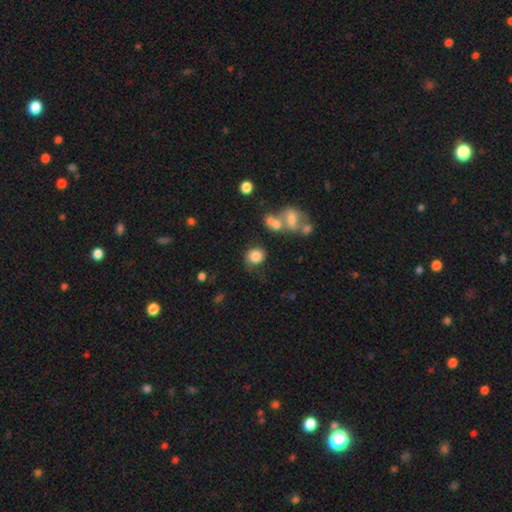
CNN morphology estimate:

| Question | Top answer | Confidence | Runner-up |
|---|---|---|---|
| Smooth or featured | smooth | 77% | featured or disk (13%) |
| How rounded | round | 76% | in between (23%) |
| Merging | none | 53% | minor disturbance (23%) |